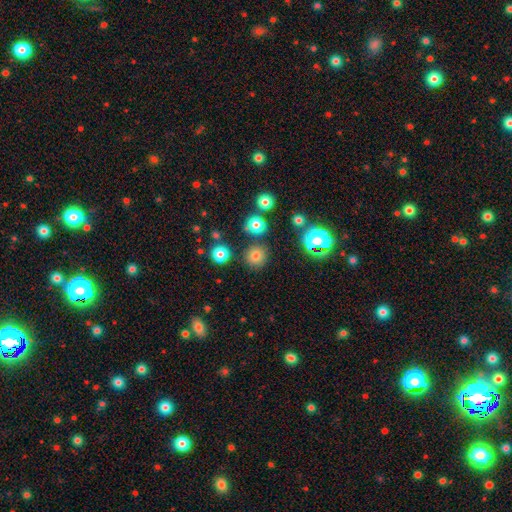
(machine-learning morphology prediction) Smooth or featured? smooth (73%)
How rounded? round (92%)
Merging? none (85%)